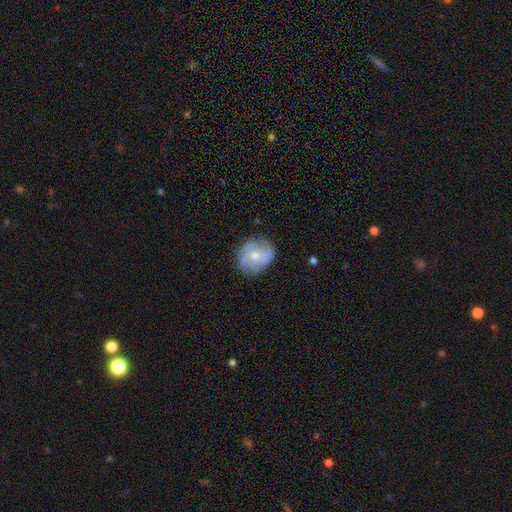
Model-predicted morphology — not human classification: A featured or disk galaxy (60%) with no bar (63%), spiral arms (77%) and a moderate central bulge (55%).

Vote fractions:
- Smooth or featured? featured or disk: 60% / smooth: 32% / star or artifact: 8%
- Edge-on disk? no: 97% / yes: 3%
- Bar? no: 63% / weak: 30% / strong: 7%
- Spiral arms? yes: 77% / no: 23%
- Bulge size? moderate: 55% / small: 41% / large: 2% / none: 1% / dominant: 1%
- Merging? none: 74% / minor disturbance: 18% / major disturbance: 6% / merger: 1%